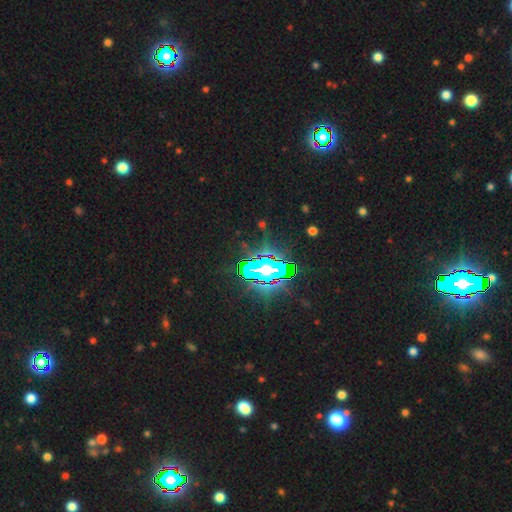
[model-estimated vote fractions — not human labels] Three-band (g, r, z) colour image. It shows a star or artifact, not a galaxy (85%).